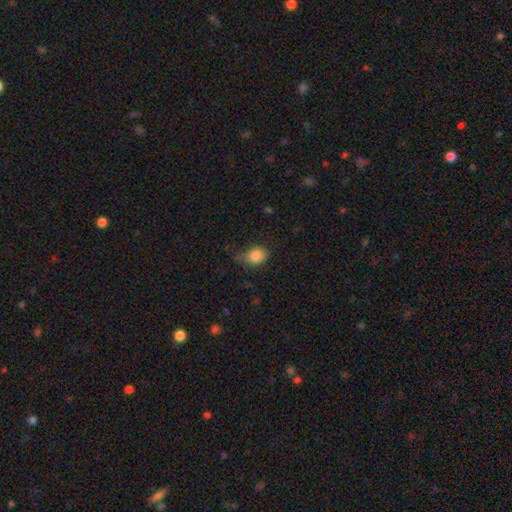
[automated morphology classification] A smooth galaxy with no disk features (84%) that is round (56%).

Vote fractions:
- Smooth or featured? smooth: 84% / star or artifact: 10% / featured or disk: 6%
- How rounded? round: 56% / in between: 43% / cigar-shaped: 1%
- Merging? none: 54% / minor disturbance: 34% / major disturbance: 10% / merger: 2%